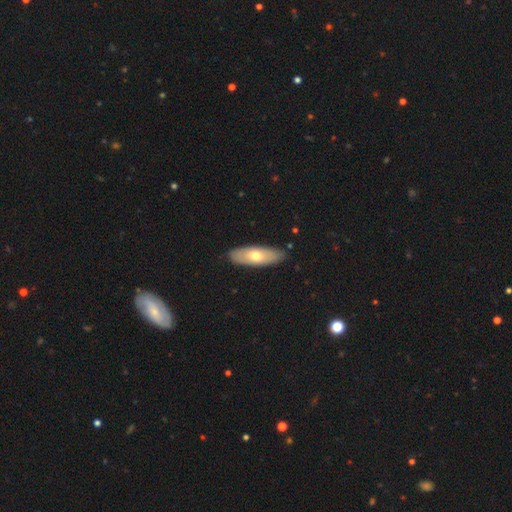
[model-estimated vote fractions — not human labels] A smooth galaxy with no disk features (60%) that is in between round and cigar-shaped (69%). Merging: none (87%).